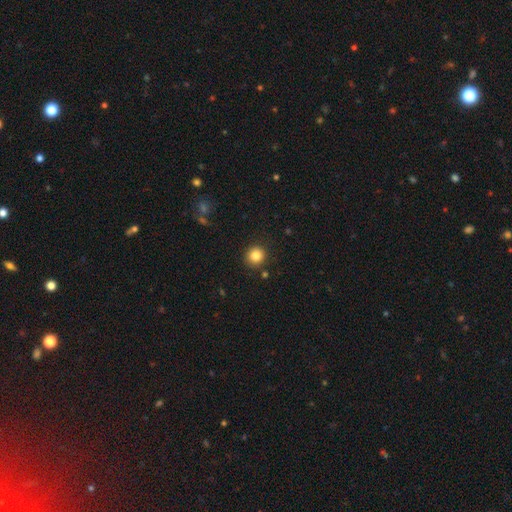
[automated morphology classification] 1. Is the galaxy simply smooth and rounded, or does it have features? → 83% smooth, 11% star or artifact, 6% featured or disk.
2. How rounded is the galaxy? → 92% round, 7% in between, 1% cigar-shaped.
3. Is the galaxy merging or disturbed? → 90% none, 6% minor disturbance, 2% major disturbance, 2% merger.